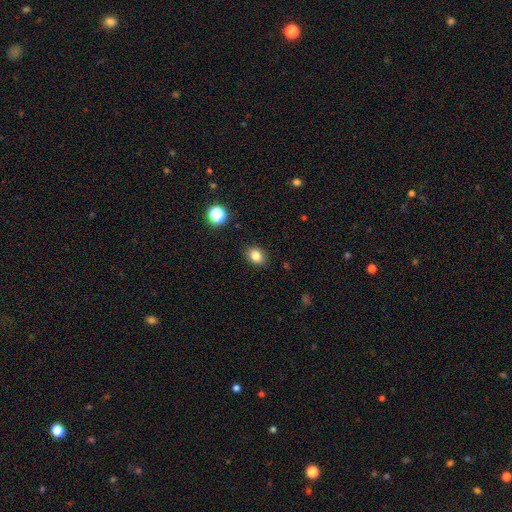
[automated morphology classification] This is clearly a smooth galaxy (82%). How rounded: possibly in between (55%). Merging: clearly none (88%).